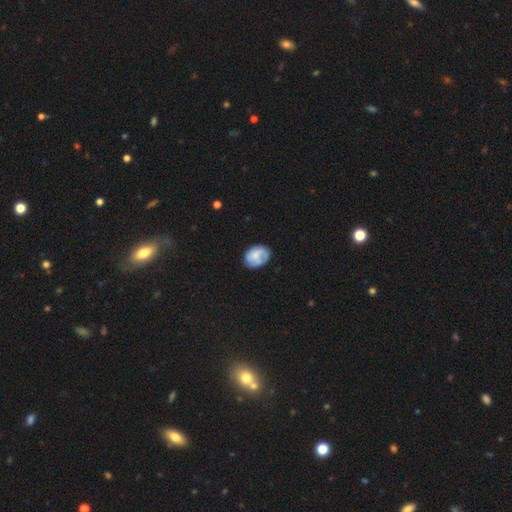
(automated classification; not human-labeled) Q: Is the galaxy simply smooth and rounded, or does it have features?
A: smooth — 48%.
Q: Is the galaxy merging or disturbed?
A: none — 66%.